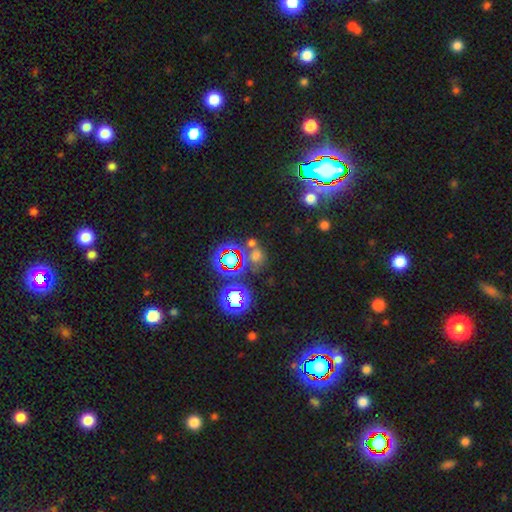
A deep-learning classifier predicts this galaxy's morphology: type=star or artifact (47%).